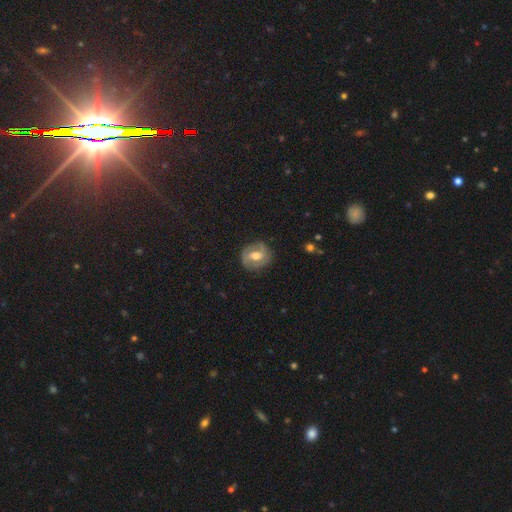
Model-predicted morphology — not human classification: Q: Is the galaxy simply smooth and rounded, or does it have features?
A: featured or disk — 56%.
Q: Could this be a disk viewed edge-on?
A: no — 95%.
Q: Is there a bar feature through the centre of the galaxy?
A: weak — 44%.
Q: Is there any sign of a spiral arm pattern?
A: yes — 60%.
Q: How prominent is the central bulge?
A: moderate — 77%.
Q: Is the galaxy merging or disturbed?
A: none — 78%.